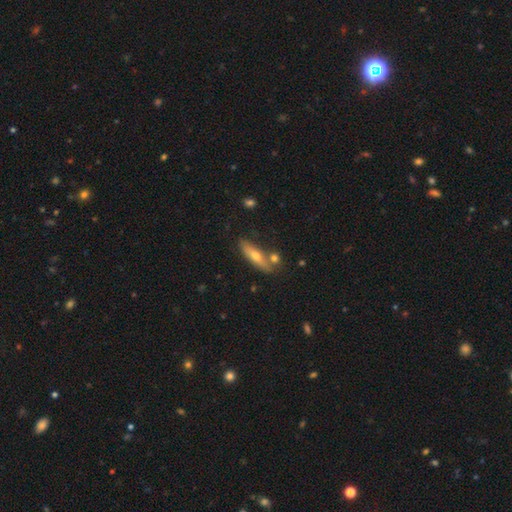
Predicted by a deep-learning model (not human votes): Overall: smooth (49%; featured or disk 44%). Merging: none (71%).